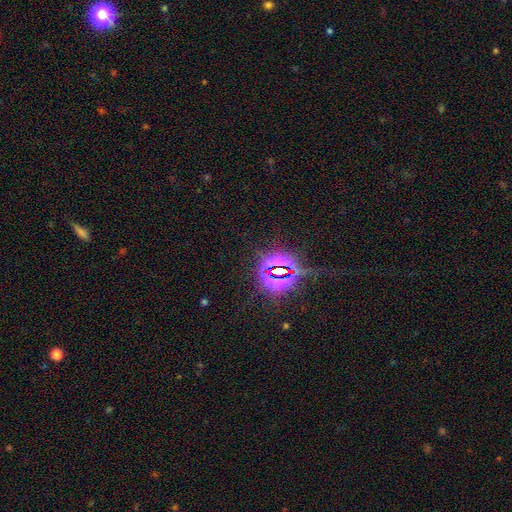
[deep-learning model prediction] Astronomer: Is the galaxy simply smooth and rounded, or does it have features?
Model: star or artifact — 81%.